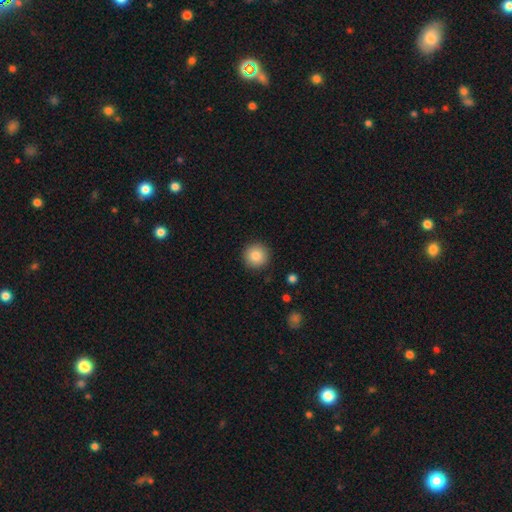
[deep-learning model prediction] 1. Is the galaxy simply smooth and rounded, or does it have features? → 85% smooth, 9% star or artifact, 6% featured or disk.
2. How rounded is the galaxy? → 95% round, 4% in between, 1% cigar-shaped.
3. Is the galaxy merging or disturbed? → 91% none, 6% minor disturbance, 2% major disturbance, 1% merger.